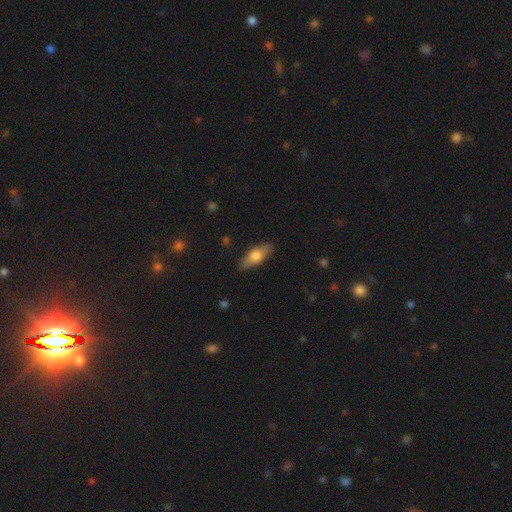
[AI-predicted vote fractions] smooth_or_featured: smooth (p=0.68) [alt: featured or disk p=0.26]
how_rounded: in between (p=0.68) [alt: cigar-shaped p=0.29]
merging: none (p=0.85) [alt: minor disturbance p=0.12]